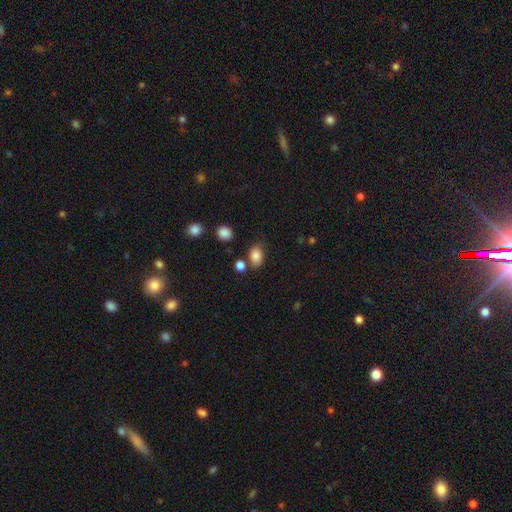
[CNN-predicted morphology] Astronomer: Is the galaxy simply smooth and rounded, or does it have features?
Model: smooth — 84%.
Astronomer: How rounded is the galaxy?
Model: in between — 81%.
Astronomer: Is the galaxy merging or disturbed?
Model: none — 71%.